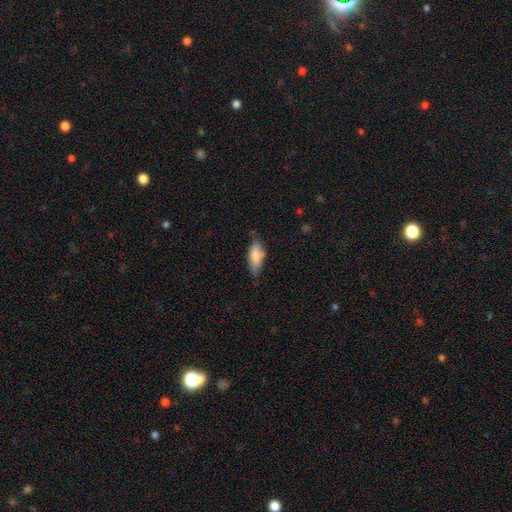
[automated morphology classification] Smooth or featured?
  - smooth: 77% *
  - featured or disk: 17%
  - star or artifact: 6%
How rounded?
  - in between: 72% *
  - cigar-shaped: 26%
  - round: 2%
Merging?
  - none: 63% *
  - minor disturbance: 28%
  - major disturbance: 5%
  - merger: 4%